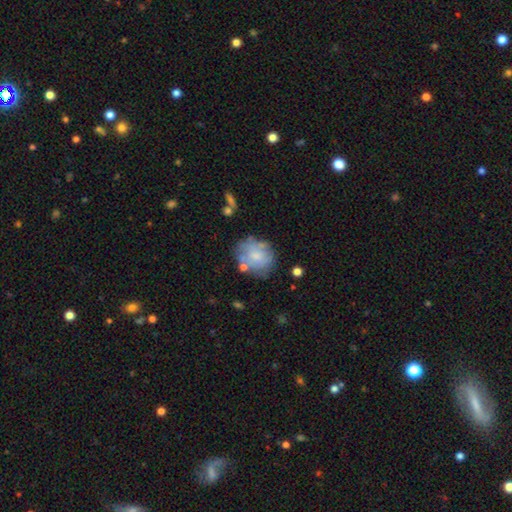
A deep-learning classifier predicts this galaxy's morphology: This appears to be a smooth galaxy with no disk features (54%) that is round (70%). Merging: none (55%).